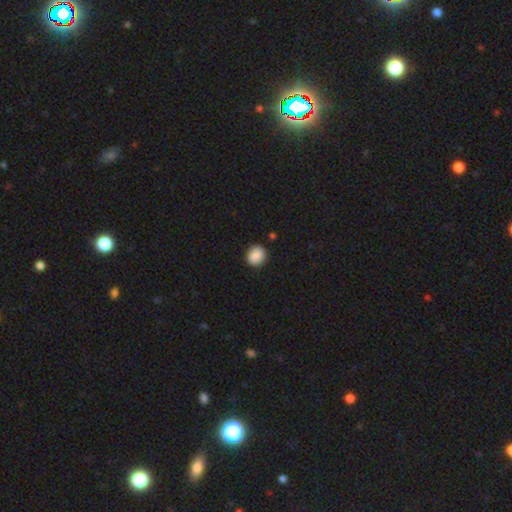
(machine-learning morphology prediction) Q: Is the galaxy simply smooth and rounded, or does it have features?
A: smooth — 87%.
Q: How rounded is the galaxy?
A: round — 80%.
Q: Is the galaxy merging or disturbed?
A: none — 88%.